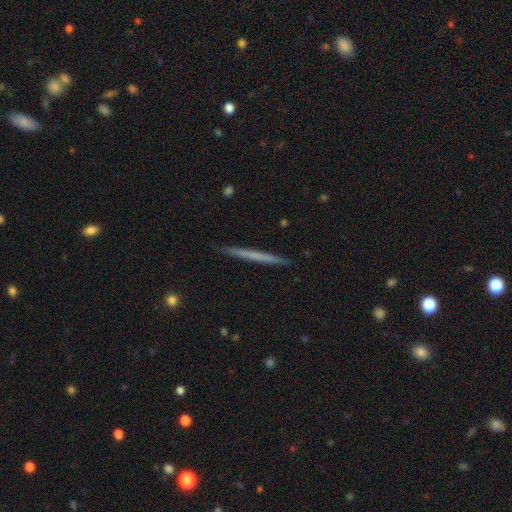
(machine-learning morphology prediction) Smooth or featured? Predicted: smooth (p=0.52). How rounded? Predicted: cigar-shaped (p=0.97). Merging? Predicted: none (p=0.92).